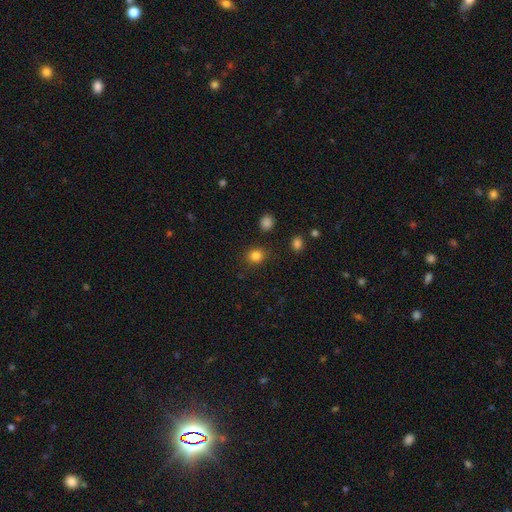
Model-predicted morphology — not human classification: A smooth galaxy with no disk features (83%) that is round (80%). Merging: none (85%).